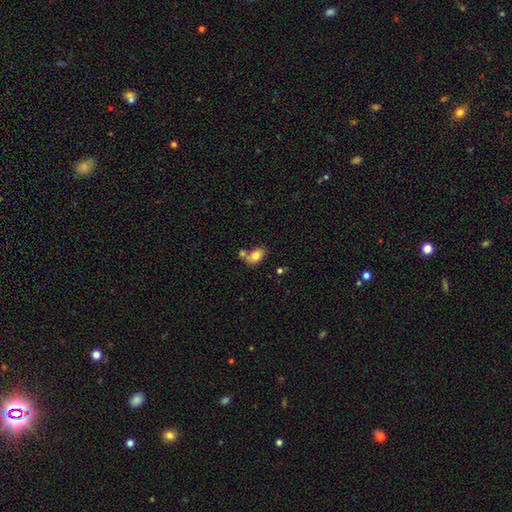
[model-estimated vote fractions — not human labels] smooth-or-featured: smooth: 79% | featured or disk: 12% | star or artifact: 9%
  how-rounded: in between: 84% | round: 15% | cigar-shaped: 1%
  merging: none: 47% | merger: 32% | minor disturbance: 16% | major disturbance: 5%